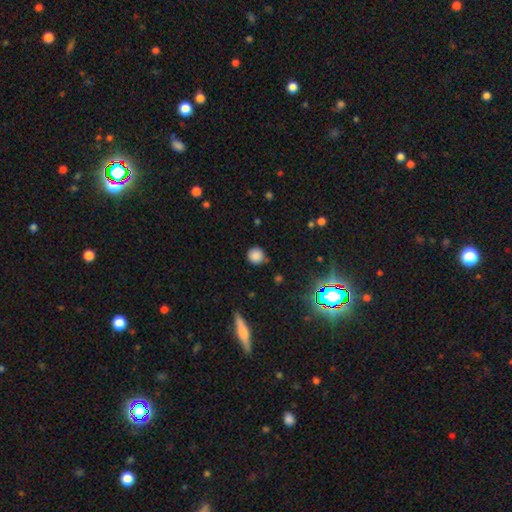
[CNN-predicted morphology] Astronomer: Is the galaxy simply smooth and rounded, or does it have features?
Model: smooth — 82%.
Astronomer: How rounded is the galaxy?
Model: round — 93%.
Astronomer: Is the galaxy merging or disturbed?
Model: none — 83%.